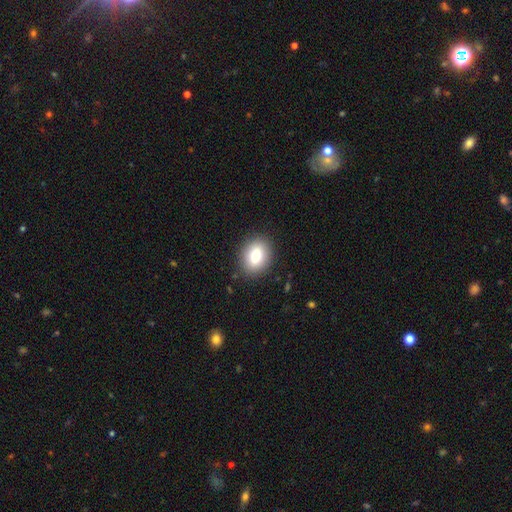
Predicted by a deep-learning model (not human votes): Smooth or featured? Predicted: smooth (p=0.78). How rounded? Predicted: in between (p=0.60). Merging? Predicted: none (p=0.88).